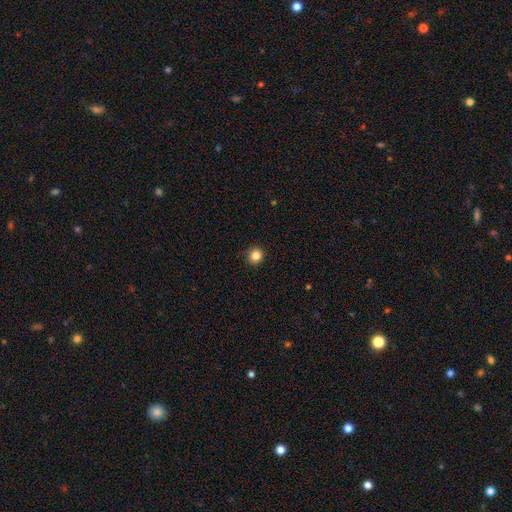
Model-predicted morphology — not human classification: A smooth galaxy with no disk features (85%) that is round (91%). Merging: none (92%).